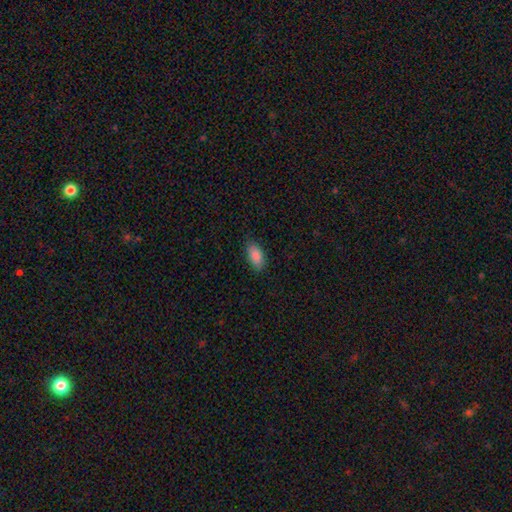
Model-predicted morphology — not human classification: Smooth or featured?
  - smooth: 88% *
  - star or artifact: 7%
  - featured or disk: 5%
How rounded?
  - in between: 91% *
  - cigar-shaped: 7%
  - round: 3%
Merging?
  - none: 84% *
  - minor disturbance: 12%
  - major disturbance: 3%
  - merger: 1%